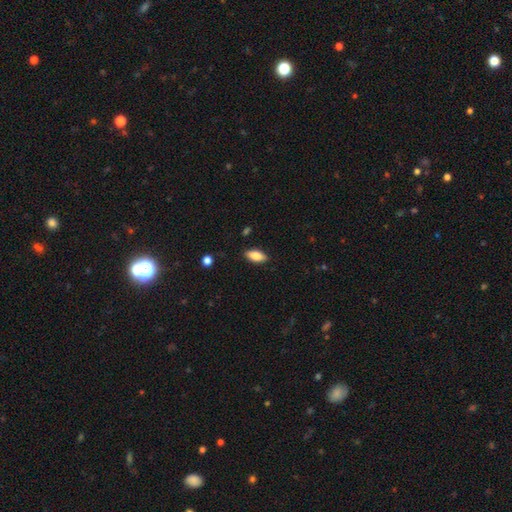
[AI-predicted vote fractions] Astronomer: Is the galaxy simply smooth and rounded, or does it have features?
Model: smooth — 83%.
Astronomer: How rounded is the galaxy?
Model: in between — 88%.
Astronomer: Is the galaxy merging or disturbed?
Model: none — 87%.